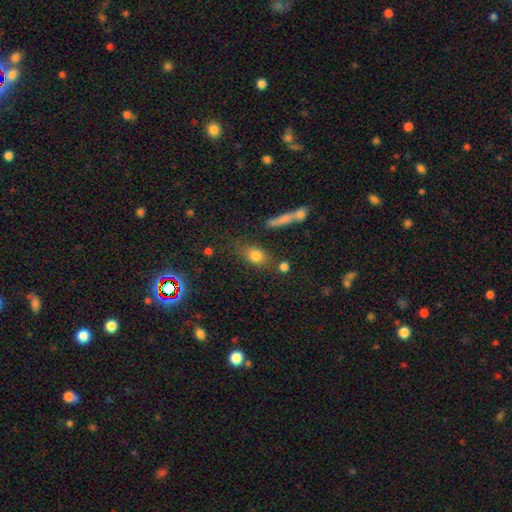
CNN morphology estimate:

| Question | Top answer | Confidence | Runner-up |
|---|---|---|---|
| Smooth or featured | smooth | 77% | star or artifact (12%) |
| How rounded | in between | 57% | round (32%) |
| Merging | none | 68% | minor disturbance (16%) |